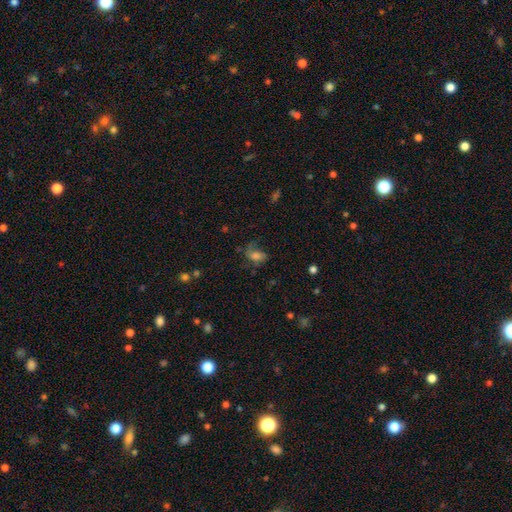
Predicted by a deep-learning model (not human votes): Smooth or featured? Predicted: smooth (p=0.50). How rounded? Predicted: in between (p=0.80). Merging? Predicted: none (p=0.43).